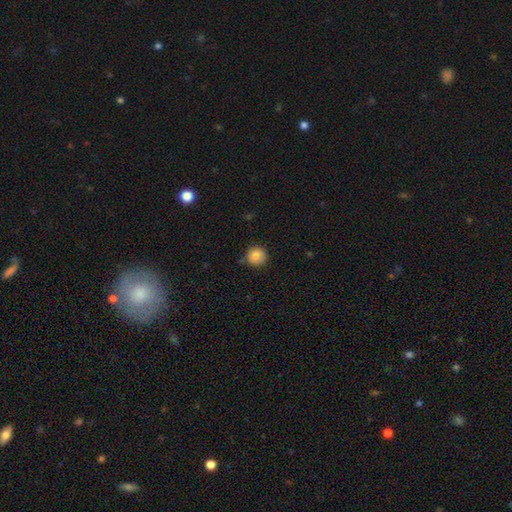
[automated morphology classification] This is clearly a smooth galaxy (85%). How rounded: clearly round (93%). Merging: clearly none (82%).